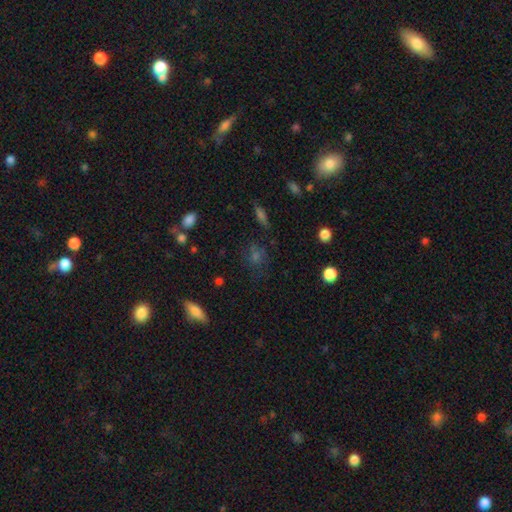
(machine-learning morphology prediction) Overall: smooth (48%; star or artifact 37%). Merging: none (75%).